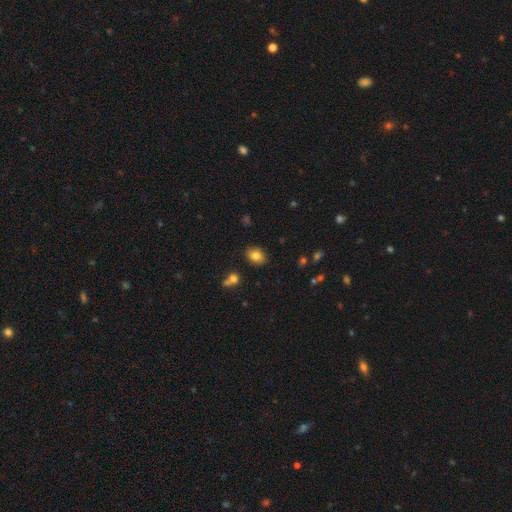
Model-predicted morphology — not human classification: A smooth galaxy with no disk features (82%) that is in between round and cigar-shaped (66%).

Vote fractions:
- Smooth or featured? smooth: 82% / star or artifact: 10% / featured or disk: 8%
- How rounded? in between: 66% / round: 33% / cigar-shaped: 1%
- Merging? none: 85% / minor disturbance: 10% / merger: 3% / major disturbance: 2%